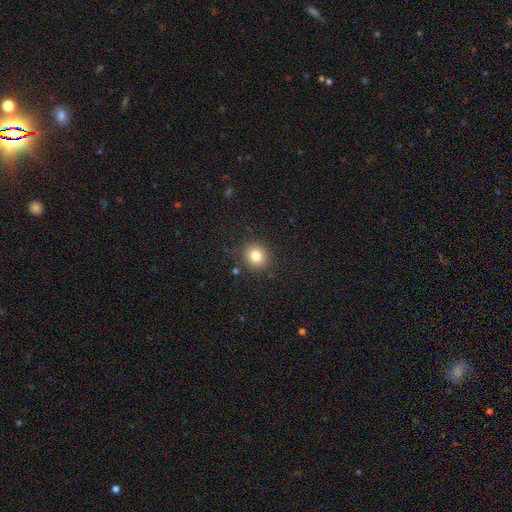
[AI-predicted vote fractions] A smooth galaxy with no disk features (81%) that is round (84%). Merging: none (88%).